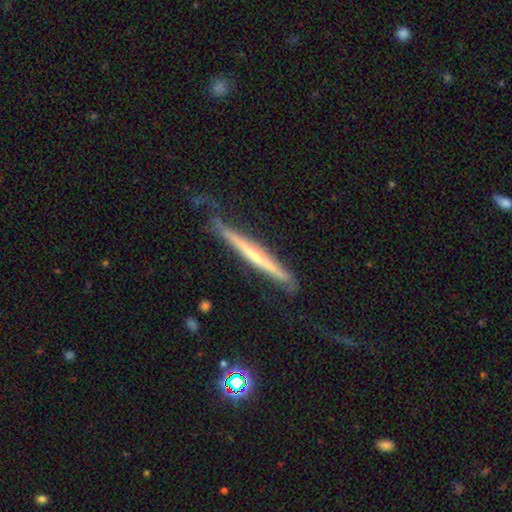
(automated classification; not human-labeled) Smooth or featured? Predicted: featured or disk (p=0.73). Edge-on disk? Predicted: yes (p=0.95). Edge-on bulge? Predicted: rounded (p=0.55). Merging? Predicted: none (p=0.68).